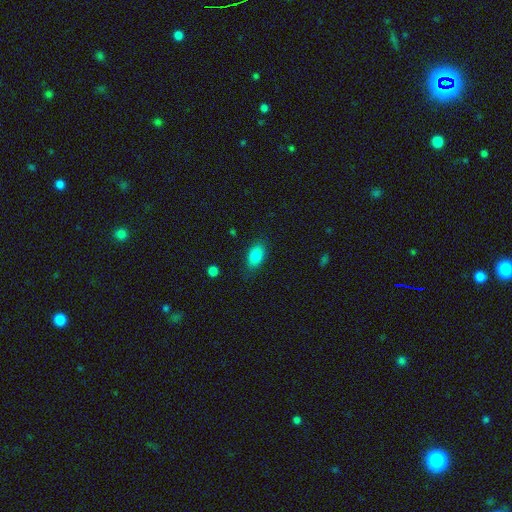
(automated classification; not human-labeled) Morphology: type=smooth (85%); roundness=in between (89%); merging=none (82%).